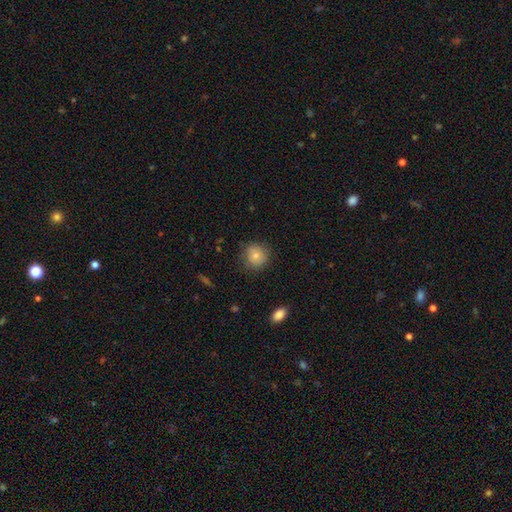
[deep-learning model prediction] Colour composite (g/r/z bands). It shows a smooth galaxy with no disk features (77%) that is round (89%). Merging: none (79%).